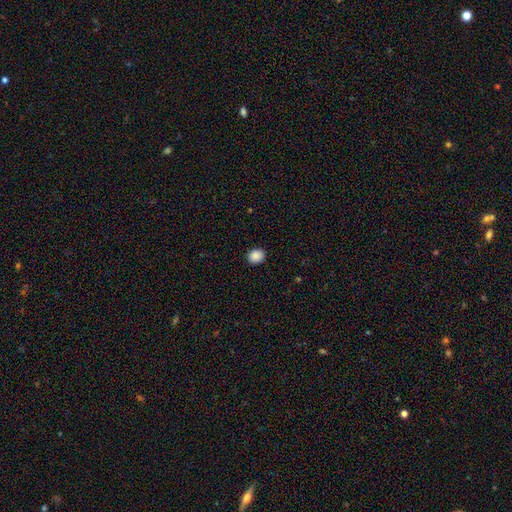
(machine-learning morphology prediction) Overall: smooth (89%). How rounded: round (64%; in between 35%). Merging: none (91%).